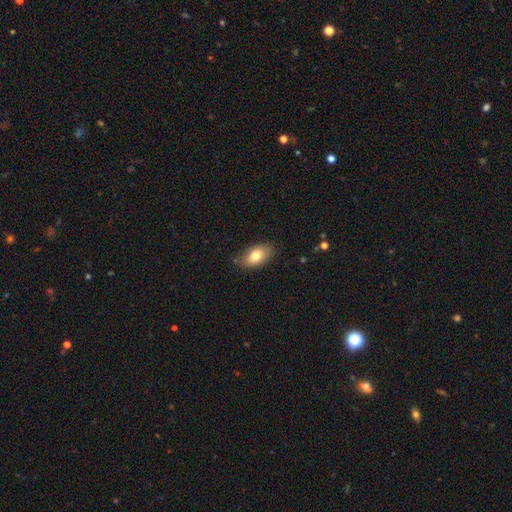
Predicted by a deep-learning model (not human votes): The model was most divided on "smooth or featured": smooth: 76%, featured or disk: 17%, star or artifact: 8%. More confident: how rounded — in between (90%); merging — none (81%).